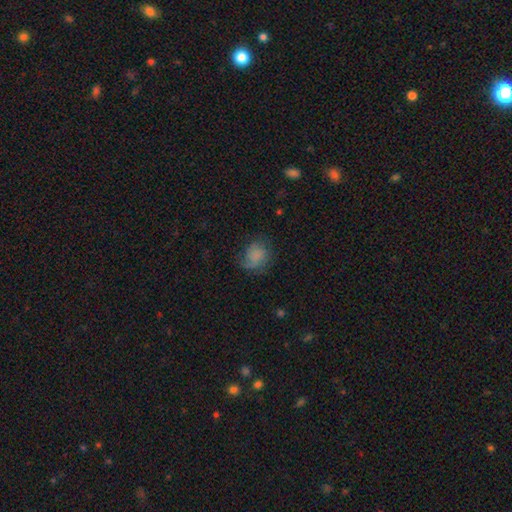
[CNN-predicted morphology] Smooth or featured: smooth — 68% (featured or disk — 21%)
How rounded: round — 60% (in between — 39%)
Merging: none — 57% (minor disturbance — 26%)